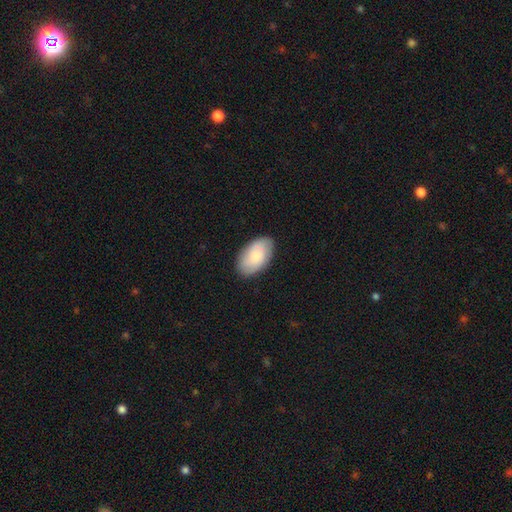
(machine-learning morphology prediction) Smooth or featured? smooth (73%)
How rounded? in between (94%)
Merging? none (83%)